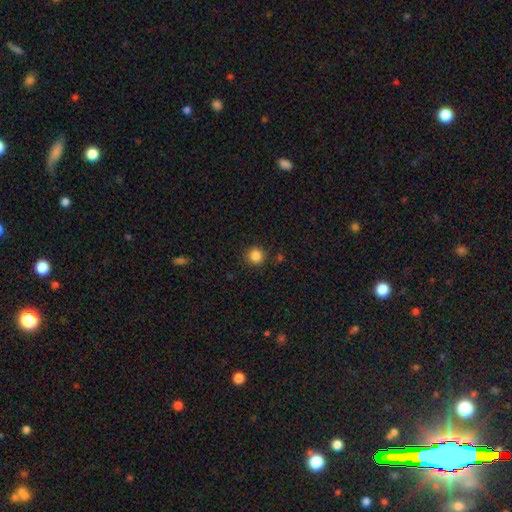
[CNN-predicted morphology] A smooth galaxy with no disk features (85%) that is round (93%).

Vote fractions:
- Smooth or featured? smooth: 85% / star or artifact: 11% / featured or disk: 4%
- How rounded? round: 93% / in between: 6% / cigar-shaped: 1%
- Merging? none: 87% / minor disturbance: 8% / major disturbance: 3% / merger: 2%